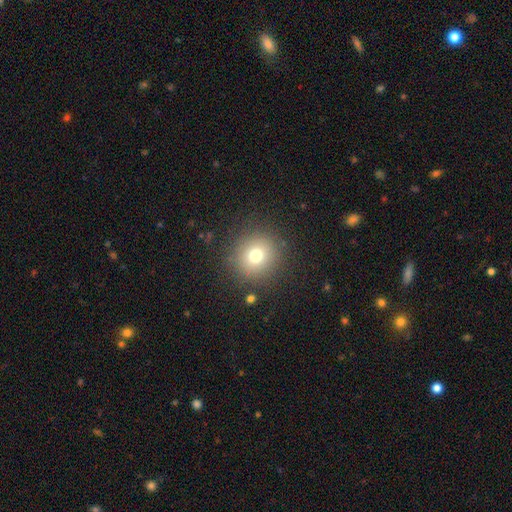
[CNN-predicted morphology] This appears to be a smooth galaxy with no disk features (73%) that is round (91%). Merging: none (88%).